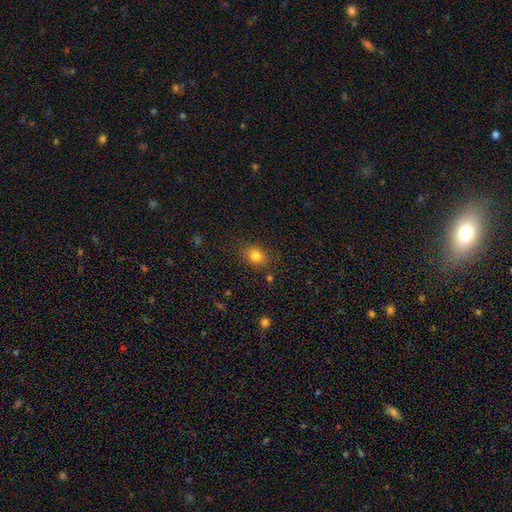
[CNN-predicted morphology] type=smooth (81%); roundness=in between (52%); merging=none (80%).